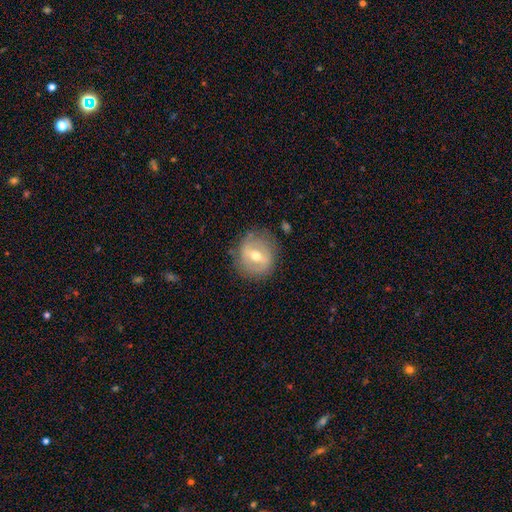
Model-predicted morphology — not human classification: This appears to be a featured or disk galaxy (59%) with a weak bar (45%), no spiral arms (55%) and a moderate central bulge (71%). Merging: none (78%).